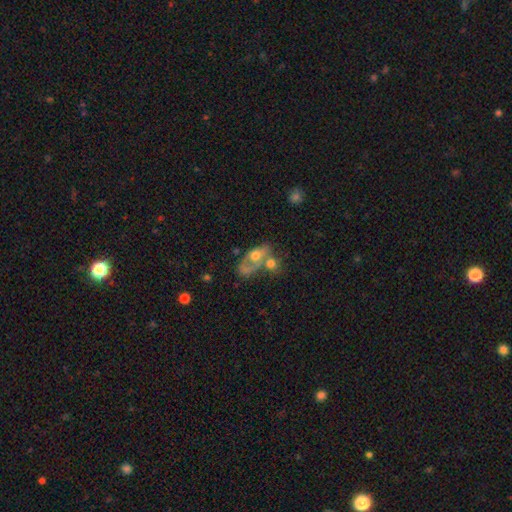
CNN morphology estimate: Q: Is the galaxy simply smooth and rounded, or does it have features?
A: featured or disk — 47%.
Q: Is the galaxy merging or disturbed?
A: merger — 49%.